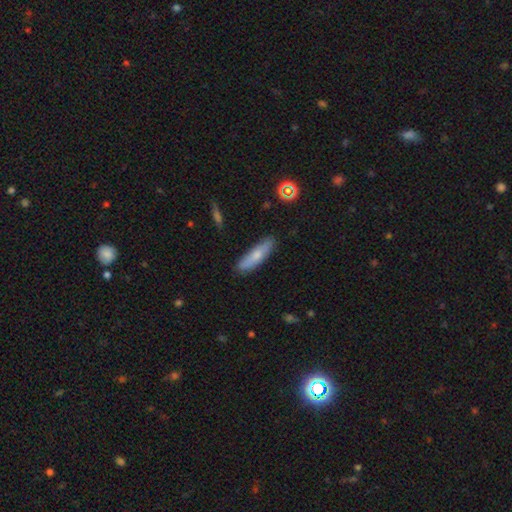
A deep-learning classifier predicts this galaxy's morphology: A smooth galaxy with no disk features (67%) that is cigar-shaped (72%). Merging: none (82%).